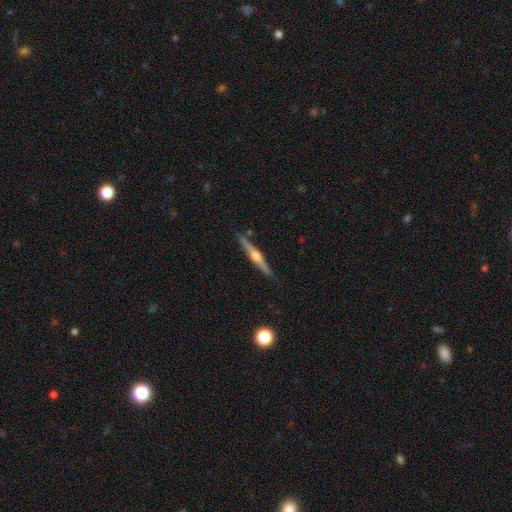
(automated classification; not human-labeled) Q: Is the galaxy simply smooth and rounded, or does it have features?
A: featured or disk — 75%.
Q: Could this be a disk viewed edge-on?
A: yes — 98%.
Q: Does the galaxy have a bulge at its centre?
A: rounded — 89%.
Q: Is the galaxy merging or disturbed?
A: none — 88%.